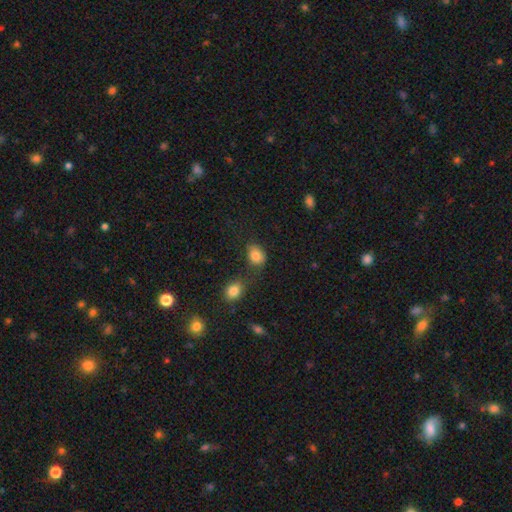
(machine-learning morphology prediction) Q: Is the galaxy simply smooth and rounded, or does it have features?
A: smooth — 83%.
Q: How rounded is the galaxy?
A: in between — 60%.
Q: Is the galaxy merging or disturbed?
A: none — 55%.